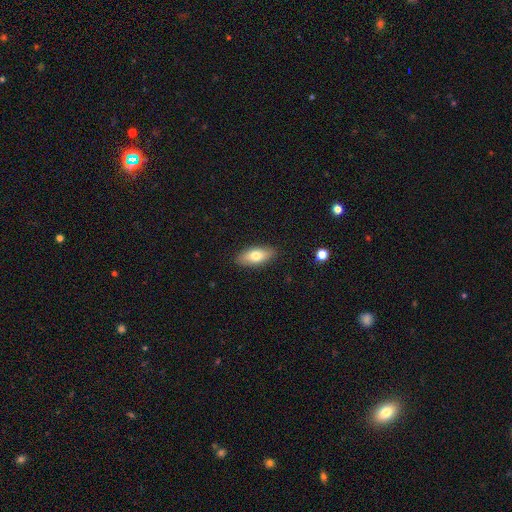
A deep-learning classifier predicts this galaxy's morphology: Smooth or featured?
  - smooth: 73% *
  - featured or disk: 20%
  - star or artifact: 7%
How rounded?
  - in between: 84% *
  - cigar-shaped: 13%
  - round: 3%
Merging?
  - none: 88% *
  - minor disturbance: 9%
  - major disturbance: 2%
  - merger: 1%